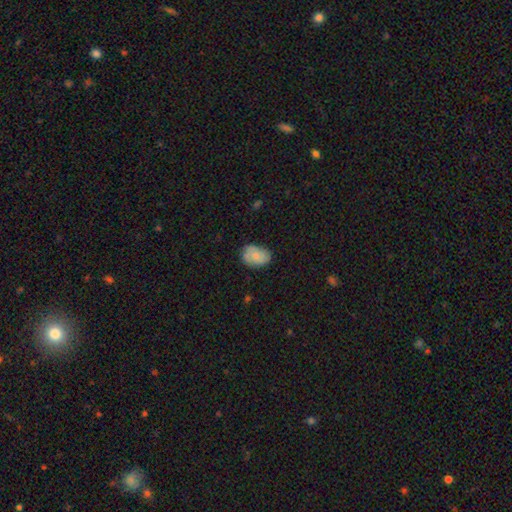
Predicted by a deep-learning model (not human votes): Overall: smooth (62%; featured or disk 31%). How rounded: in between (74%). Merging: none (71%).